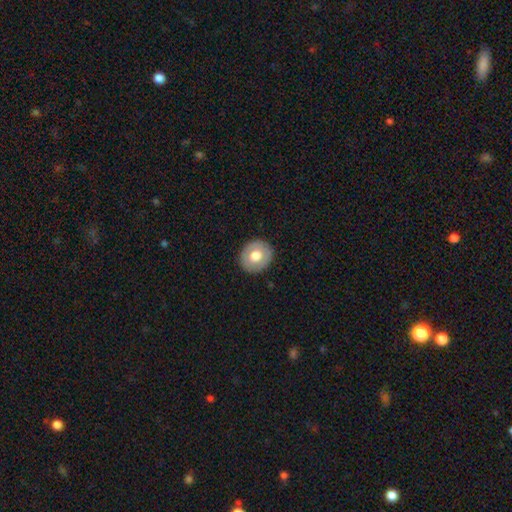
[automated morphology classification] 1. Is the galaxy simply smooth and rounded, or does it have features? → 63% smooth, 31% featured or disk, 6% star or artifact.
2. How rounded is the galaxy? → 79% round, 20% in between, 1% cigar-shaped.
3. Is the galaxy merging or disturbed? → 88% none, 8% minor disturbance, 2% major disturbance, 1% merger.